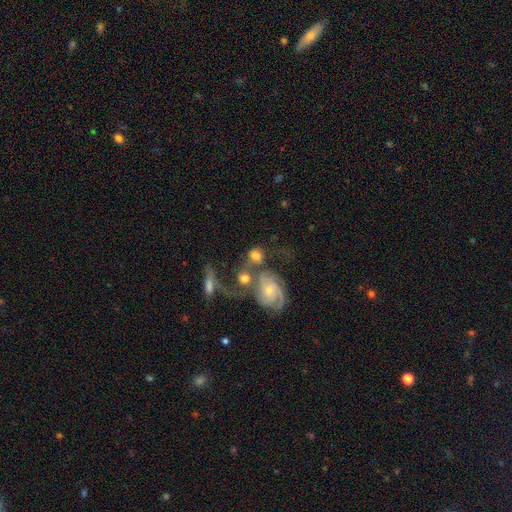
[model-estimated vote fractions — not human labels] featured or disk 46%, smooth 44%, star or artifact 10%. Down the decision tree: merging — merger (40%).